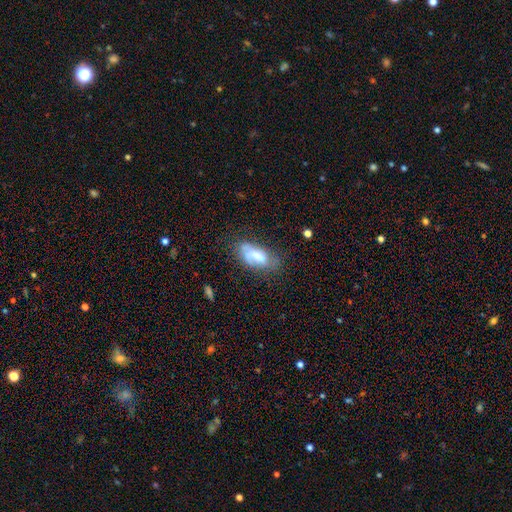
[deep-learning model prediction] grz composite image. It shows a smooth galaxy with no disk features (53%) that is in between round and cigar-shaped (86%). Merging: none (44%).